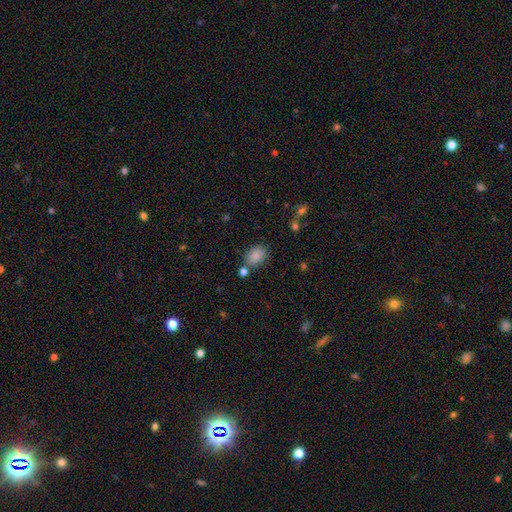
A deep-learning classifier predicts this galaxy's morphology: This appears to be a smooth galaxy with no disk features (85%) that is in between round and cigar-shaped (77%). Merging: none (71%).